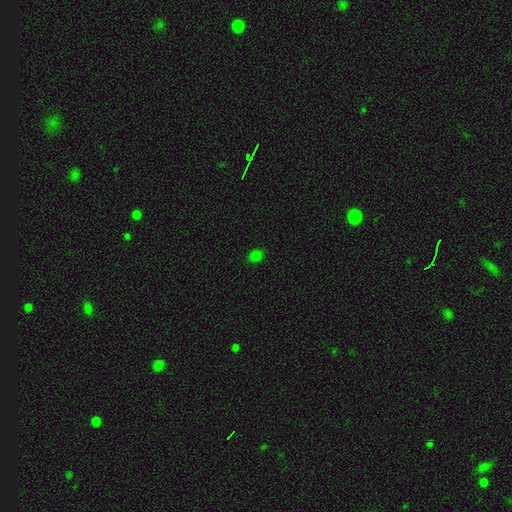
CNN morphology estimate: This appears to be a smooth galaxy with no disk features (77%) that is round (62%). Merging: none (88%).